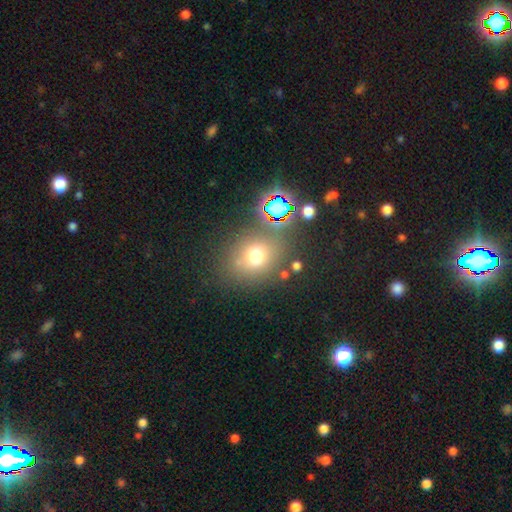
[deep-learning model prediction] Smooth or featured: smooth — 68% (star or artifact — 21%)
How rounded: round — 70% (in between — 29%)
Merging: none — 74% (minor disturbance — 12%)